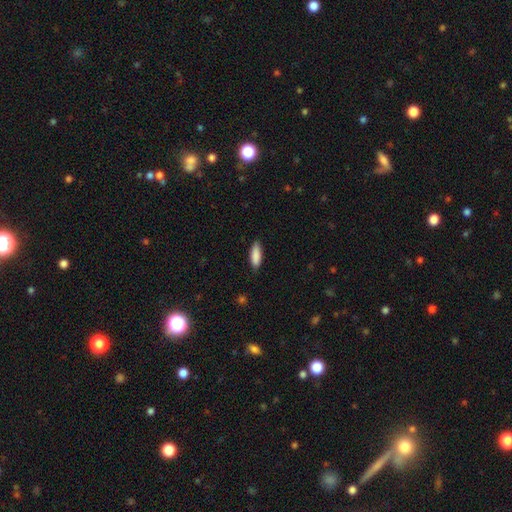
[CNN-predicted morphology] Smooth or featured: smooth — 88% (featured or disk — 6%)
How rounded: in between — 62% (cigar-shaped — 37%)
Merging: none — 84% (minor disturbance — 13%)